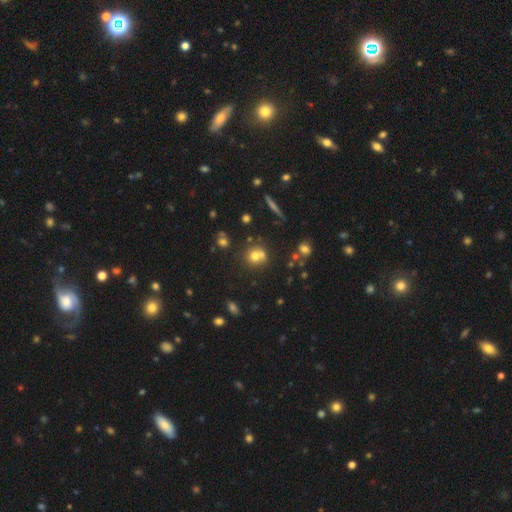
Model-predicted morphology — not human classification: smooth_or_featured: smooth (p=0.68) [alt: star or artifact p=0.16]
how_rounded: round (p=0.84) [alt: in between p=0.15]
merging: none (p=0.50) [alt: merger p=0.35]